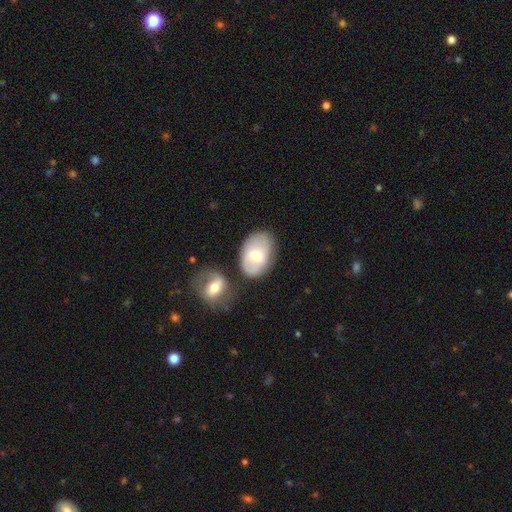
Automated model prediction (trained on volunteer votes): A smooth galaxy with no disk features (54%) that is in between round and cigar-shaped (85%). Merging: none (57%).